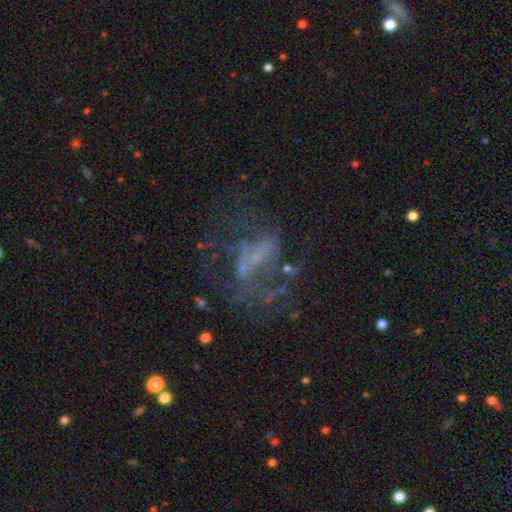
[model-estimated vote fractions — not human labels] smooth-or-featured: featured or disk: 62% | star or artifact: 20% | smooth: 17%
  disk-edge-on: no: 97% | yes: 3%
    bar: no: 58% | weak: 29% | strong: 13%
    has-spiral-arms: no: 66% | yes: 34%
    bulge-size: none: 55% | small: 31% | moderate: 11% | large: 2% | dominant: 1%
  merging: none: 40% | major disturbance: 38% | minor disturbance: 15% | merger: 7%